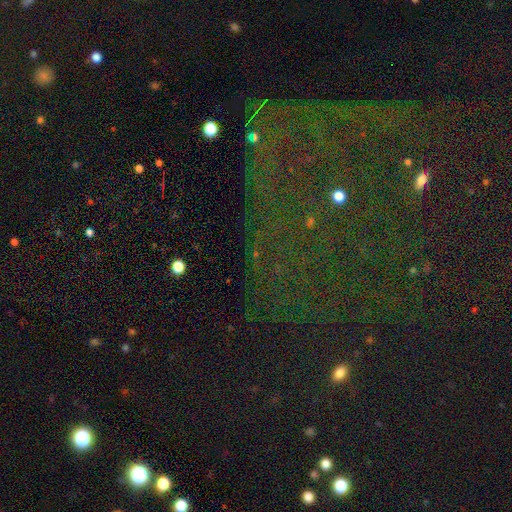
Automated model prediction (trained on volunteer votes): This appears to be a star or artifact, not a galaxy (80%).